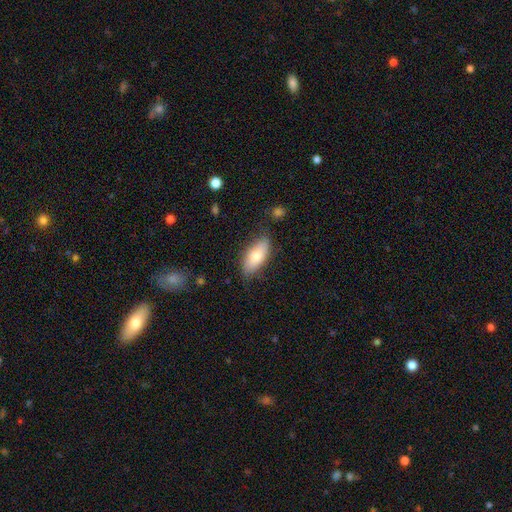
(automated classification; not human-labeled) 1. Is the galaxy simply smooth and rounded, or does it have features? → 75% smooth, 19% featured or disk, 6% star or artifact.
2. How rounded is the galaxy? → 84% in between, 13% cigar-shaped, 3% round.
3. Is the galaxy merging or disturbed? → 76% none, 18% minor disturbance, 4% major disturbance, 2% merger.